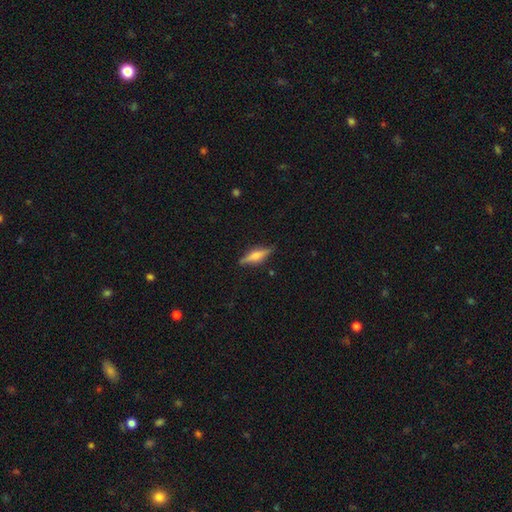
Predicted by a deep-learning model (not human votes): Smooth or featured? featured or disk (53%)
Edge-on disk? yes (95%)
Merging? none (86%)